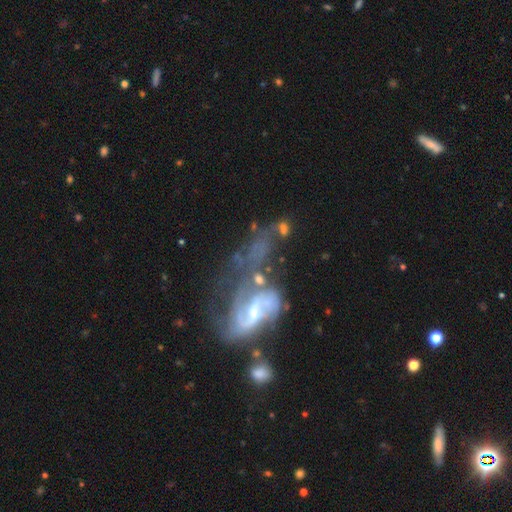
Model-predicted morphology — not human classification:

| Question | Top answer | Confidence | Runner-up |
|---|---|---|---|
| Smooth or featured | featured or disk | 78% | star or artifact (11%) |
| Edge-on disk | no | 95% | yes (5%) |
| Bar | weak | 44% | no (34%) |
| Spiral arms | yes | 81% | no (19%) |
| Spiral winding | medium | 39% | loose (38%) |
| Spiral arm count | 2 | 59% | can't tell (22%) |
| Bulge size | small | 49% | moderate (34%) |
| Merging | major disturbance | 34% | merger (29%) |